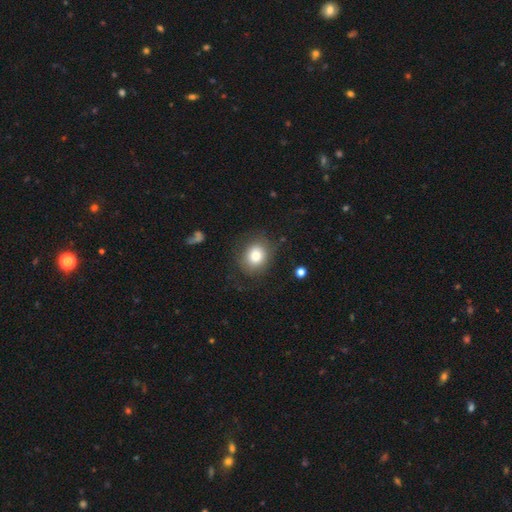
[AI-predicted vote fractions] smooth 79%, featured or disk 11%, star or artifact 10%. Down the decision tree: how rounded — round (64%); merging — none (79%).